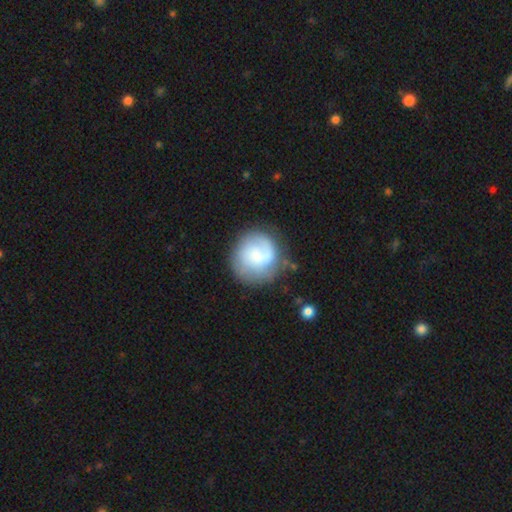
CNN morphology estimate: Smooth or featured?
  - smooth: 53% *
  - featured or disk: 39%
  - star or artifact: 8%
How rounded?
  - round: 90% *
  - in between: 9%
  - cigar-shaped: 1%
Merging?
  - none: 65% *
  - minor disturbance: 18%
  - major disturbance: 13%
  - merger: 4%